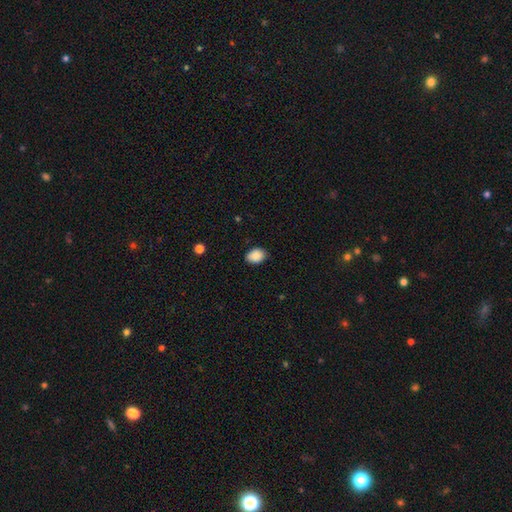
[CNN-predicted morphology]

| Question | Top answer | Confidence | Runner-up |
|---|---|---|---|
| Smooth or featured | smooth | 89% | star or artifact (8%) |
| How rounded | in between | 73% | round (26%) |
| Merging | none | 84% | minor disturbance (13%) |